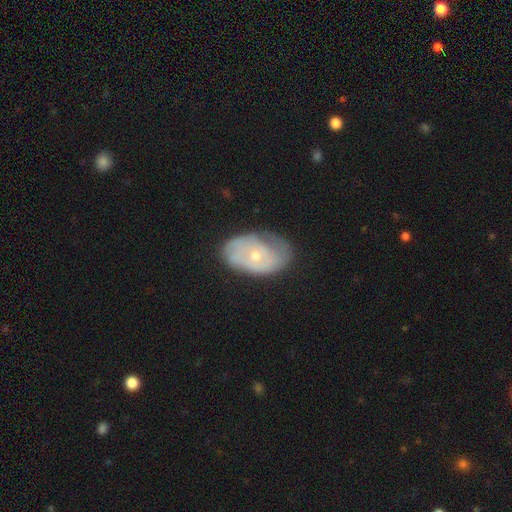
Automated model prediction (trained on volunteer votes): Smooth or featured?
  - featured or disk: 61% *
  - smooth: 32%
  - star or artifact: 7%
Edge-on disk?
  - no: 94% *
  - yes: 6%
Bar?
  - no: 84% *
  - weak: 14%
  - strong: 3%
Spiral arms?
  - yes: 65% *
  - no: 35%
Bulge size?
  - small: 60% *
  - moderate: 37%
  - large: 1%
  - none: 1%
  - dominant: 1%
Merging?
  - none: 60% *
  - minor disturbance: 28%
  - major disturbance: 10%
  - merger: 2%